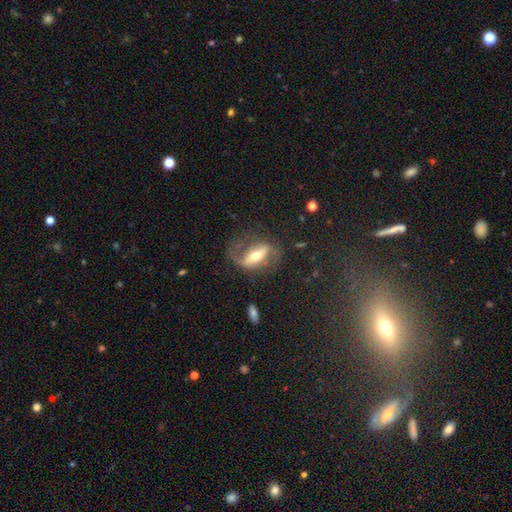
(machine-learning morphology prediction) Smooth or featured?
  - featured or disk: 71% *
  - smooth: 21%
  - star or artifact: 9%
Edge-on disk?
  - no: 80% *
  - yes: 20%
Bar?
  - strong: 61% *
  - weak: 23%
  - no: 16%
Spiral arms?
  - yes: 73% *
  - no: 27%
Bulge size?
  - moderate: 61% *
  - small: 27%
  - large: 9%
  - dominant: 2%
  - none: 2%
Merging?
  - none: 52% *
  - major disturbance: 27%
  - minor disturbance: 19%
  - merger: 3%